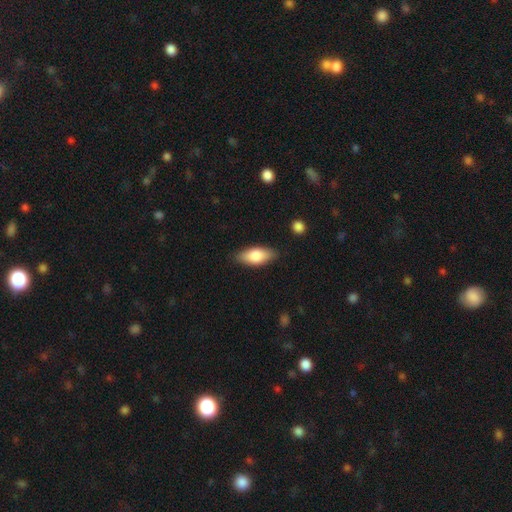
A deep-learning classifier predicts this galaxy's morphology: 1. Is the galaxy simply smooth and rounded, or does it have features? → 78% smooth, 16% featured or disk, 6% star or artifact.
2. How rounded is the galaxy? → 83% in between, 15% cigar-shaped, 3% round.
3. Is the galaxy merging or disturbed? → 84% none, 12% minor disturbance, 2% major disturbance, 2% merger.